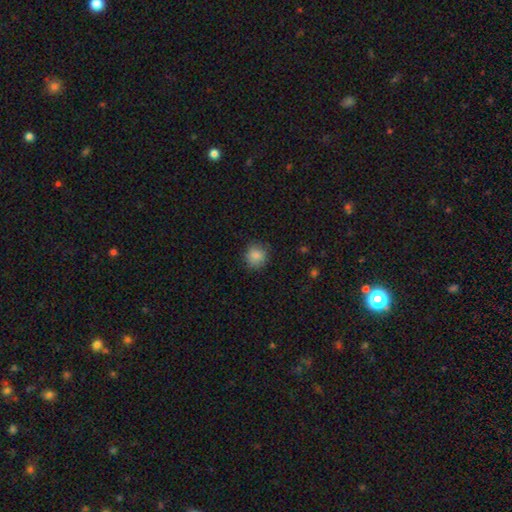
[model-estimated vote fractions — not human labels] Q: Smooth or featured?
A: smooth (86%); runner-up: star or artifact (9%)
Q: How rounded?
A: round (86%); runner-up: in between (14%)
Q: Merging?
A: none (83%); runner-up: minor disturbance (13%)